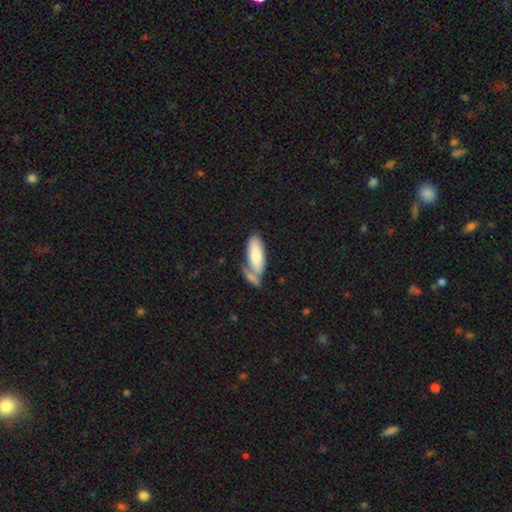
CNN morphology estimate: Smooth or featured: smooth — 76% (featured or disk — 18%)
How rounded: in between — 72% (cigar-shaped — 26%)
Merging: none — 45% (merger — 33%)